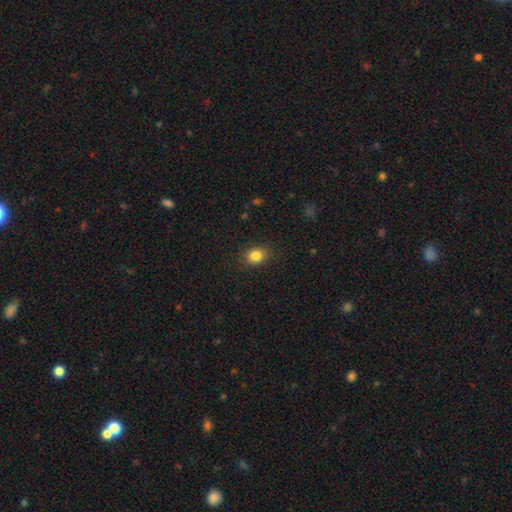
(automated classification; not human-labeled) Morphology: type=smooth (85%); roundness=round (51%); merging=none (86%).